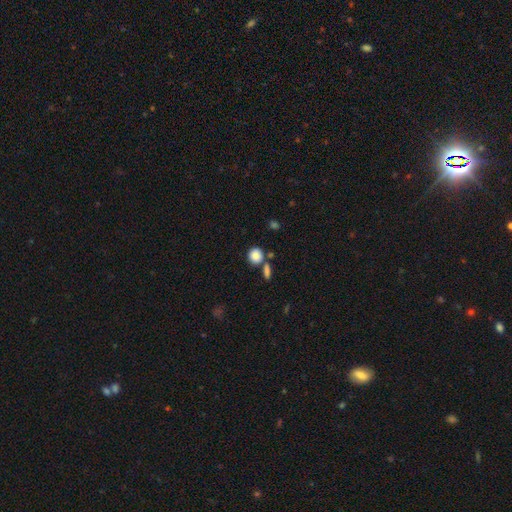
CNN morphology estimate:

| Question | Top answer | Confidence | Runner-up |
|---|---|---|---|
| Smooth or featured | smooth | 86% | star or artifact (9%) |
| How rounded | round | 82% | in between (16%) |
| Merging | none | 67% | merger (19%) |